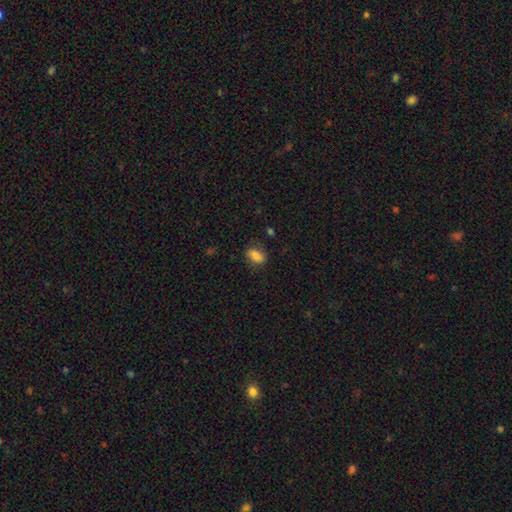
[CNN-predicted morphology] The model was most divided on "merging": none: 73%, minor disturbance: 19%, major disturbance: 6%, merger: 2%. More confident: how rounded — in between (85%); smooth or featured — smooth (81%).